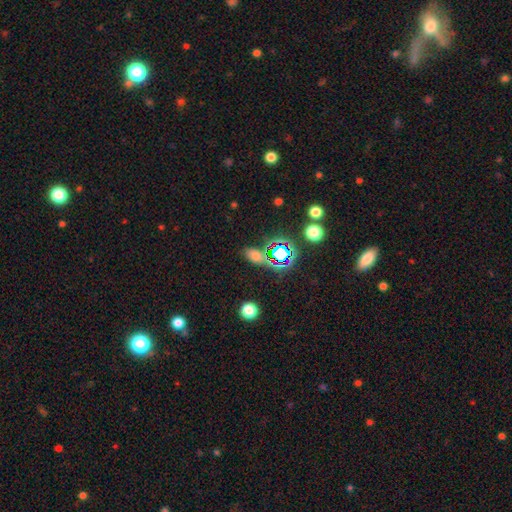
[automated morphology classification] Smooth or featured?
  - smooth: 56% *
  - star or artifact: 33%
  - featured or disk: 11%
How rounded?
  - in between: 78% *
  - round: 16%
  - cigar-shaped: 7%
Merging?
  - none: 72% *
  - minor disturbance: 14%
  - merger: 8%
  - major disturbance: 6%